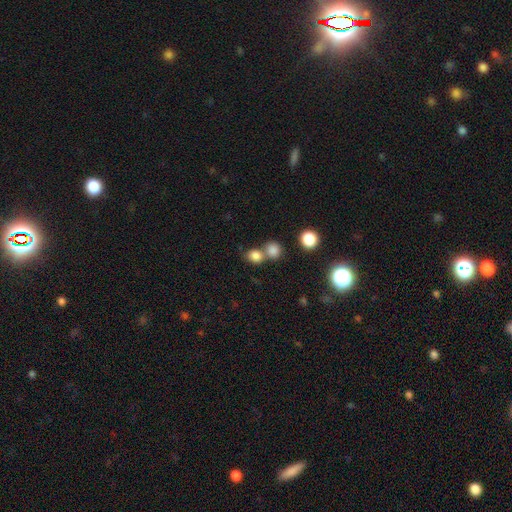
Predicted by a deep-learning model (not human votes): Q: Smooth or featured?
A: smooth (83%); runner-up: star or artifact (11%)
Q: How rounded?
A: round (66%); runner-up: in between (33%)
Q: Merging?
A: none (45%); runner-up: merger (44%)